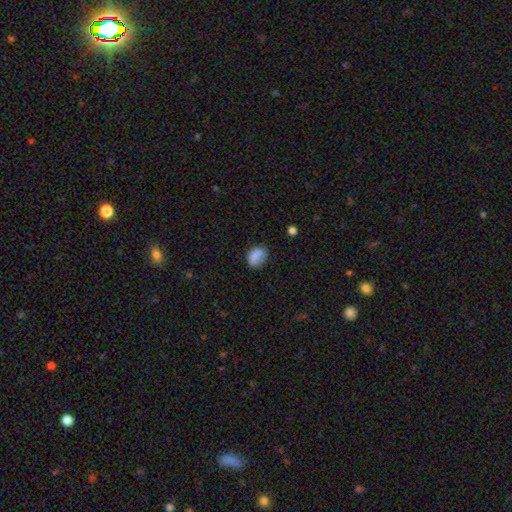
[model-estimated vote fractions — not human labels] Overall: smooth (84%). How rounded: in between (70%). Merging: none (69%).